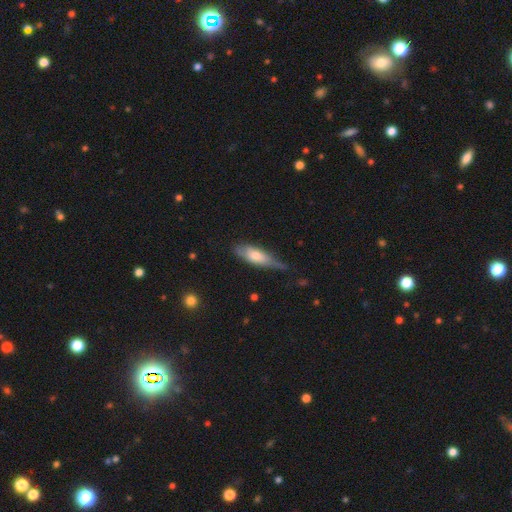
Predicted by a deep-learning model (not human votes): Smooth or featured?
  - smooth: 63% *
  - featured or disk: 31%
  - star or artifact: 6%
How rounded?
  - in between: 52% *
  - cigar-shaped: 46%
  - round: 2%
Merging?
  - none: 48% *
  - minor disturbance: 39%
  - major disturbance: 11%
  - merger: 2%